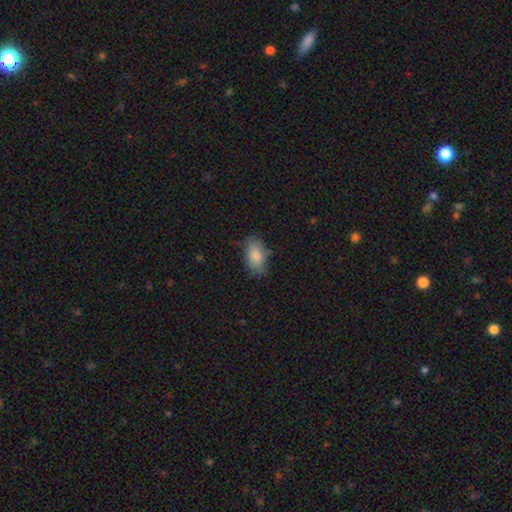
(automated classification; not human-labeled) Smooth or featured? Predicted: smooth (p=0.85). How rounded? Predicted: in between (p=0.92). Merging? Predicted: none (p=0.73).